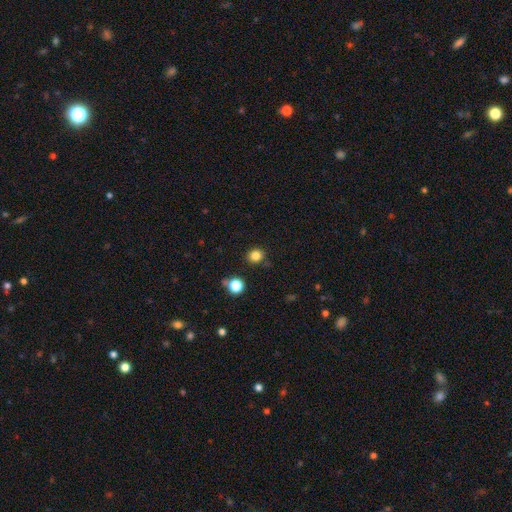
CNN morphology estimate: Overall: smooth (82%). How rounded: round (84%). Merging: none (85%).